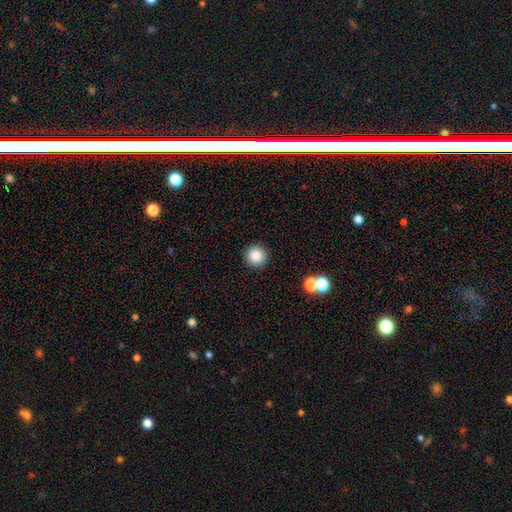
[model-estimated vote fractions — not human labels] Smooth or featured? Predicted: smooth (p=0.85). How rounded? Predicted: round (p=0.95). Merging? Predicted: none (p=0.90).